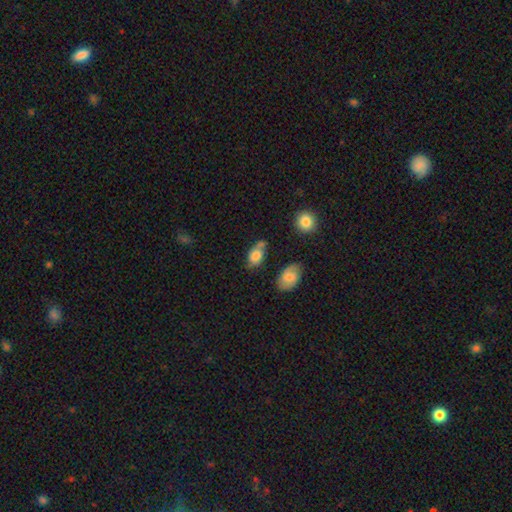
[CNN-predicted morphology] This is likely a smooth galaxy (72%). How rounded: clearly in between (86%). Merging: possibly none (51%).